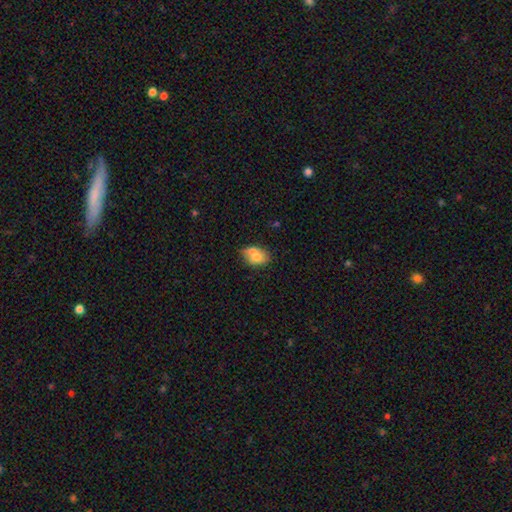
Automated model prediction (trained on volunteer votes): Smooth or featured?
  - smooth: 69% *
  - featured or disk: 22%
  - star or artifact: 9%
How rounded?
  - in between: 72% *
  - round: 26%
  - cigar-shaped: 1%
Merging?
  - none: 39% *
  - merger: 38%
  - minor disturbance: 18%
  - major disturbance: 6%